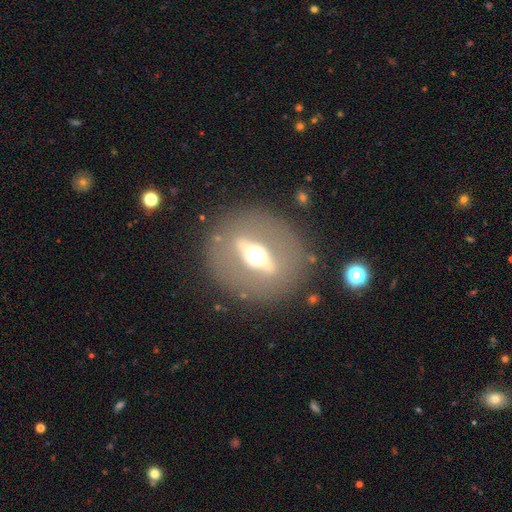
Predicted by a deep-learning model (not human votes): Overall: featured or disk (74%). Edge-on disk: yes (54%; no 46%). Merging: none (86%).